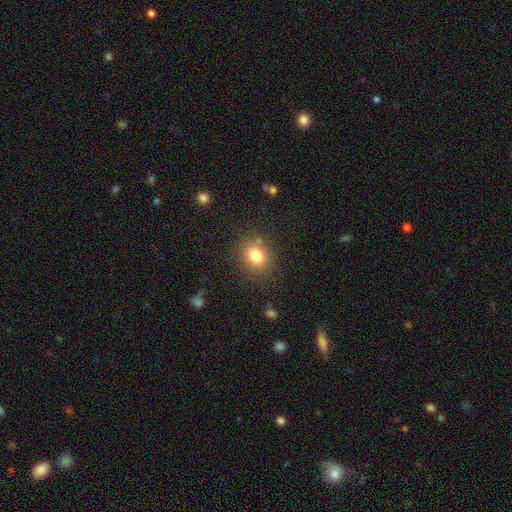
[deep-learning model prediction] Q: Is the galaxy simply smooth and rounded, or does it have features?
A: smooth — 80%.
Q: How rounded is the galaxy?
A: round — 56%.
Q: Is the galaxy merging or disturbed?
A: none — 82%.